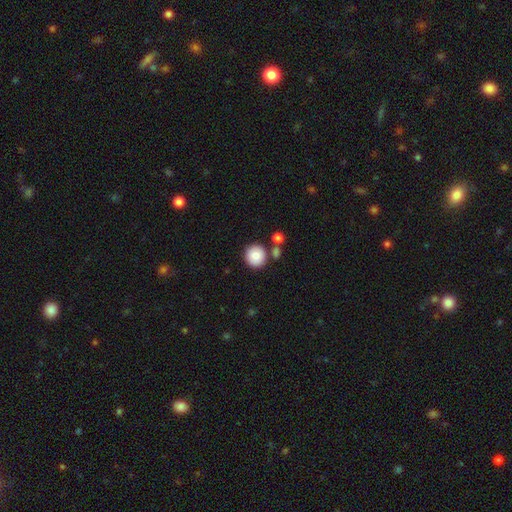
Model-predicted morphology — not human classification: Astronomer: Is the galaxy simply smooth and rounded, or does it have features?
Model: smooth — 81%.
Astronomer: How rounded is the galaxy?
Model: round — 94%.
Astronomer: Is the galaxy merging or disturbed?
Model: none — 78%.